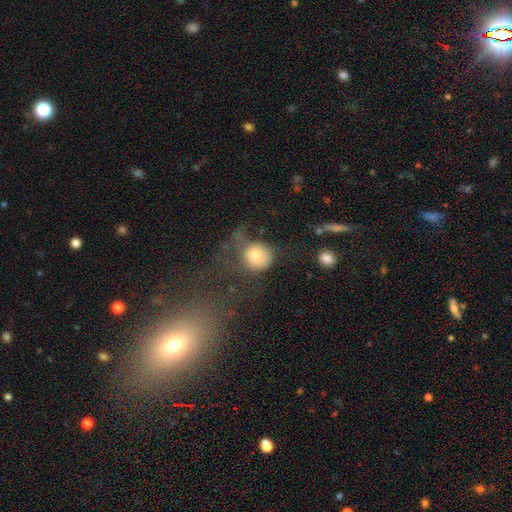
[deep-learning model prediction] A smooth galaxy with no disk features (76%) that is round (81%).

Vote fractions:
- Smooth or featured? smooth: 76% / featured or disk: 14% / star or artifact: 10%
- How rounded? round: 81% / in between: 18% / cigar-shaped: 1%
- Merging? major disturbance: 34% (tied) / none: 34% (tied) / minor disturbance: 24% / merger: 8%